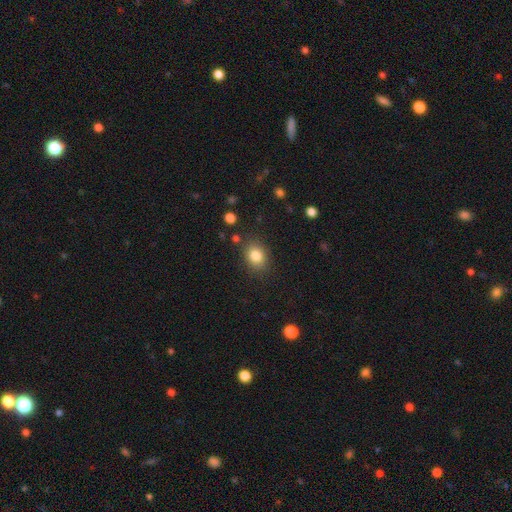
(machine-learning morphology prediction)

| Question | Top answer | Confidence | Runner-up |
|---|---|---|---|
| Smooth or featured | smooth | 83% | star or artifact (10%) |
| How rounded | round | 50% | in between (49%) |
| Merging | none | 83% | minor disturbance (11%) |